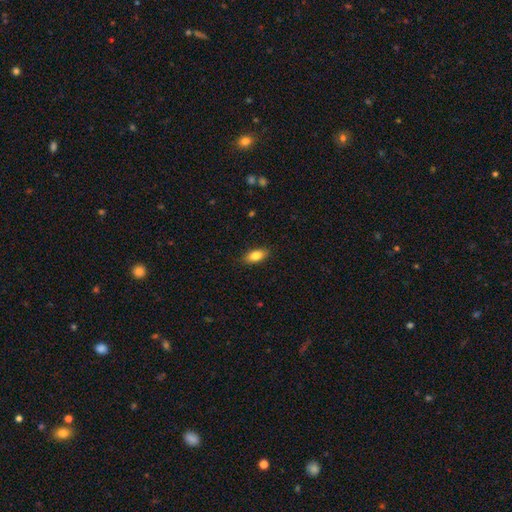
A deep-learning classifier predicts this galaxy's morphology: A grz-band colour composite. It shows a smooth galaxy with no disk features (82%) that is in between round and cigar-shaped (86%). Merging: none (87%).